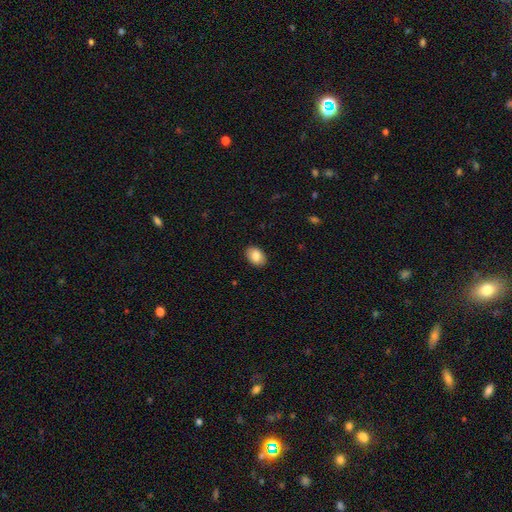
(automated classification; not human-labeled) Morphology: type=smooth (85%); roundness=in between (79%); merging=none (90%).